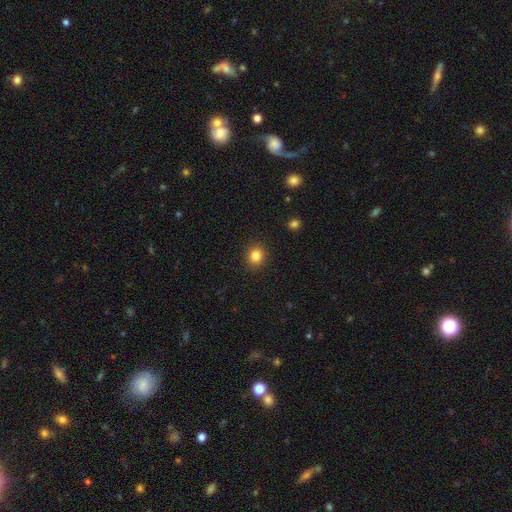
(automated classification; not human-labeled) Overall: smooth (84%). How rounded: round (79%). Merging: none (90%).